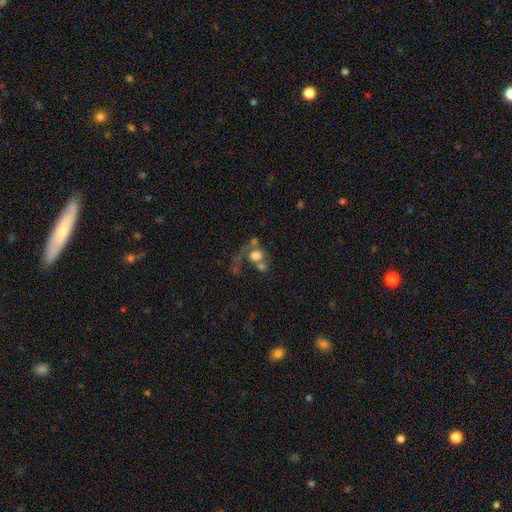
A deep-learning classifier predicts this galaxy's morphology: smooth-or-featured: smooth: 55% | featured or disk: 32% | star or artifact: 12%
  how-rounded: round: 64% | in between: 35% | cigar-shaped: 1%
  merging: merger: 47% | major disturbance: 24% | none: 20% | minor disturbance: 9%